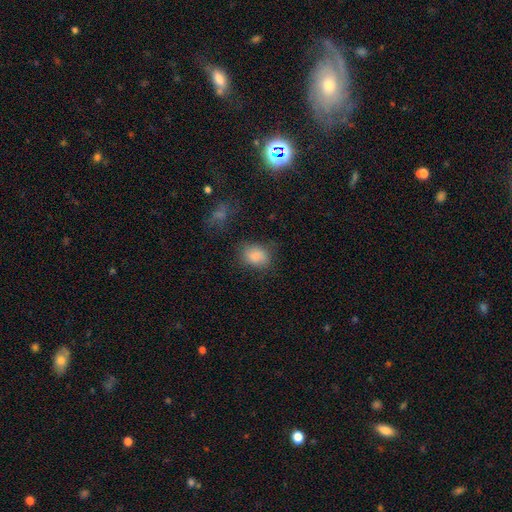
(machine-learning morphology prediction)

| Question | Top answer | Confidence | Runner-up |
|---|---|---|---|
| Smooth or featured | smooth | 84% | star or artifact (9%) |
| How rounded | in between | 62% | round (37%) |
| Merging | none | 67% | minor disturbance (22%) |